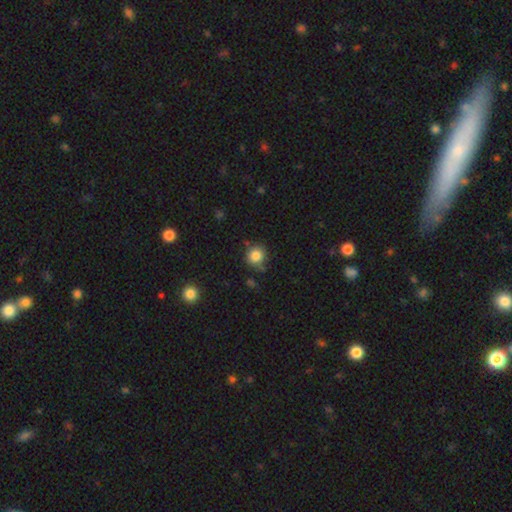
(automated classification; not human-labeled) Smooth or featured?
  - smooth: 84% *
  - star or artifact: 11%
  - featured or disk: 5%
How rounded?
  - round: 89% *
  - in between: 10%
  - cigar-shaped: 1%
Merging?
  - none: 77% *
  - minor disturbance: 14%
  - merger: 5%
  - major disturbance: 4%